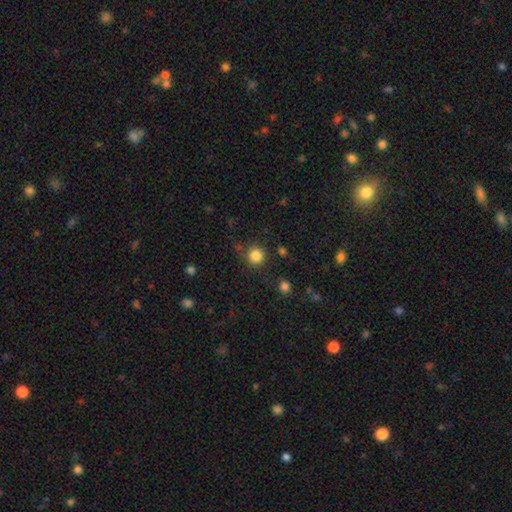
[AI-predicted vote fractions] Morphology: type=smooth (84%); roundness=round (93%); merging=none (82%).